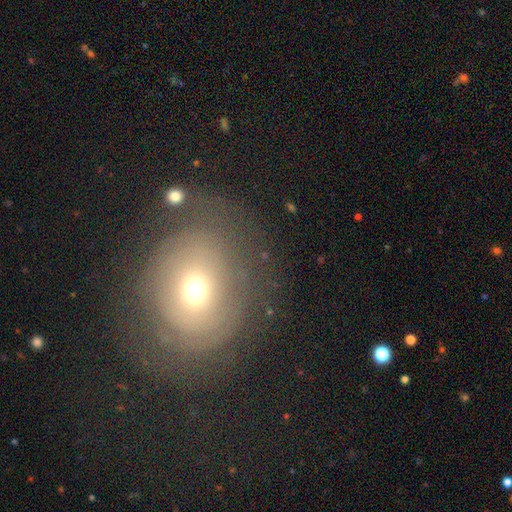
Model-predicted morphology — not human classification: smooth-or-featured: smooth: 44% | featured or disk: 39% | star or artifact: 17%
  merging: none: 69% | minor disturbance: 16% | major disturbance: 12% | merger: 3%